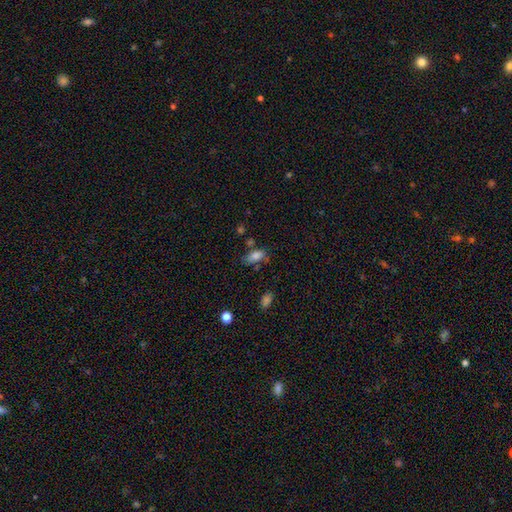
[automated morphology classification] Smooth or featured? smooth (78%)
How rounded? in between (88%)
Merging? none (59%)